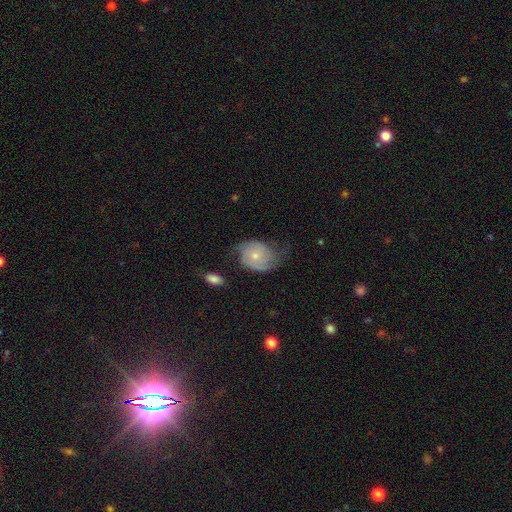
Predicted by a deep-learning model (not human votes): Overall: featured or disk (69%). Edge-on disk: no (97%). Bar: no (77%). Spiral arms: yes (90%). Spiral arm count: 2 (77%). Spiral winding: medium (40%; tight 31%). Bulge size: small (64%; moderate 31%). Merging: none (50%; minor disturbance 29%).